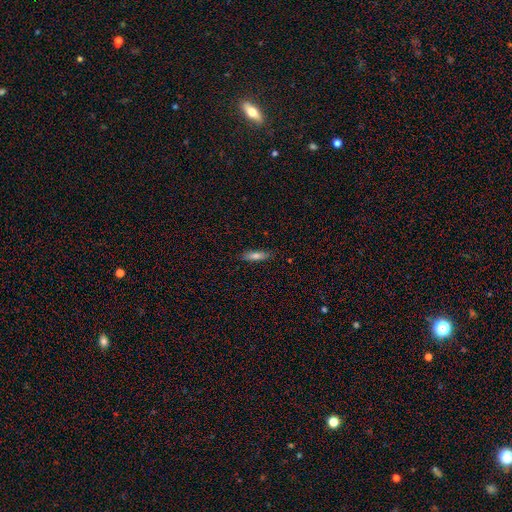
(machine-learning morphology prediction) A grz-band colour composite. It shows a smooth galaxy with no disk features (74%) that is cigar-shaped (54%). Merging: none (86%).